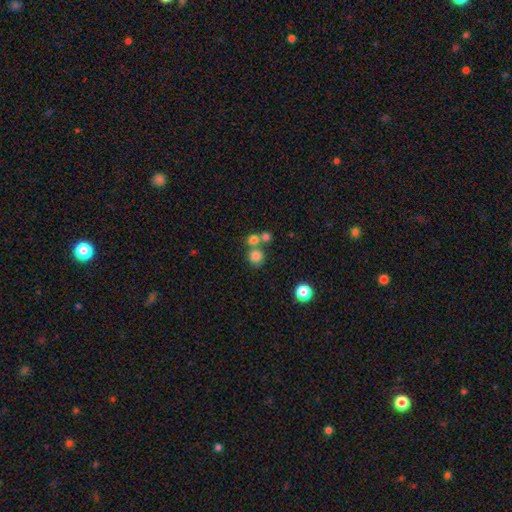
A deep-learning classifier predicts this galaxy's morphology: Overall: smooth (78%). How rounded: round (91%). Merging: none (60%; merger 30%).